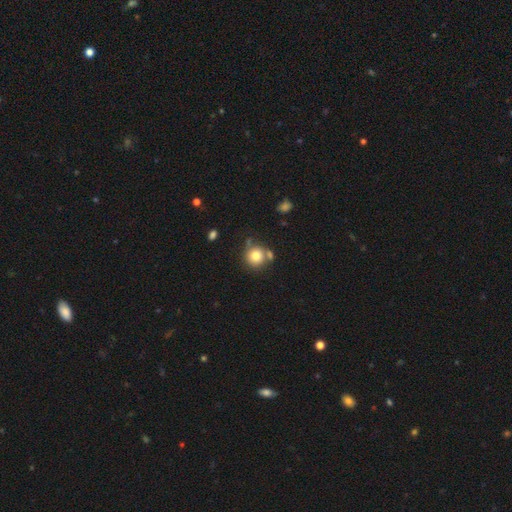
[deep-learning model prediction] smooth 78%, featured or disk 11%, star or artifact 10%. Down the decision tree: how rounded — round (91%); merging — none (63%).